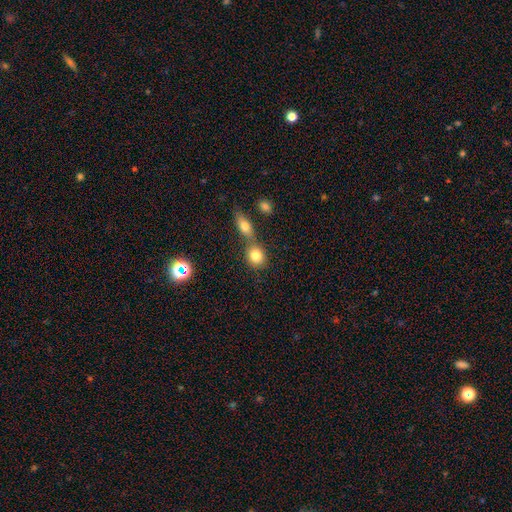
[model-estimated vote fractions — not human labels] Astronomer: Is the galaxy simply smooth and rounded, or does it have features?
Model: smooth — 81%.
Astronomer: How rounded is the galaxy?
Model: round — 70%.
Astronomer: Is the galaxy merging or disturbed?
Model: none — 52% (runner-up: merger, 35%).